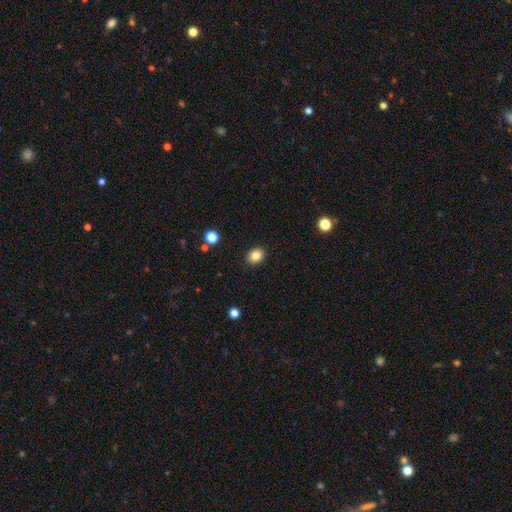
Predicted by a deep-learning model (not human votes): Smooth or featured?
  - smooth: 84% *
  - star or artifact: 10%
  - featured or disk: 5%
How rounded?
  - round: 55% *
  - in between: 44%
  - cigar-shaped: 1%
Merging?
  - none: 90% *
  - minor disturbance: 7%
  - major disturbance: 2%
  - merger: 1%